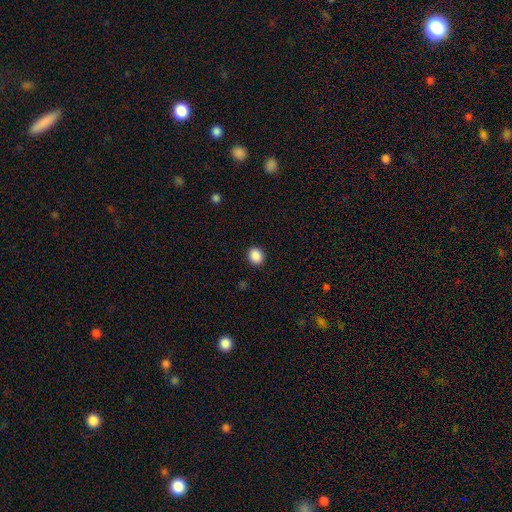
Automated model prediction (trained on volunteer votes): Smooth or featured? Predicted: smooth (p=0.89). How rounded? Predicted: round (p=0.63). Merging? Predicted: none (p=0.91).